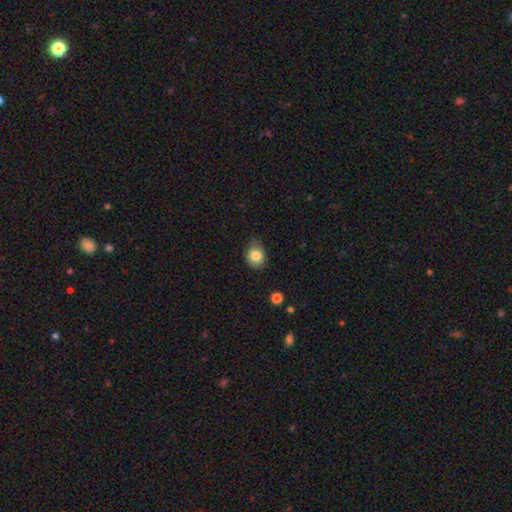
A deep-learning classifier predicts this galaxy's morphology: The model was most divided on "how rounded": round: 57%, in between: 42%, cigar-shaped: 1%. More confident: smooth or featured — smooth (82%); merging — none (72%).